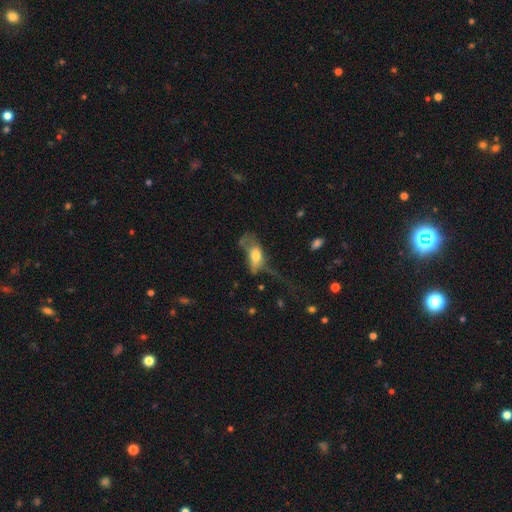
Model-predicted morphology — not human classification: A smooth galaxy with no disk features (58%) that is in between round and cigar-shaped (85%).

Vote fractions:
- Smooth or featured? smooth: 58% / featured or disk: 33% / star or artifact: 9%
- How rounded? in between: 85% / cigar-shaped: 9% / round: 5%
- Merging? major disturbance: 53% / none: 20% / minor disturbance: 19% / merger: 8%